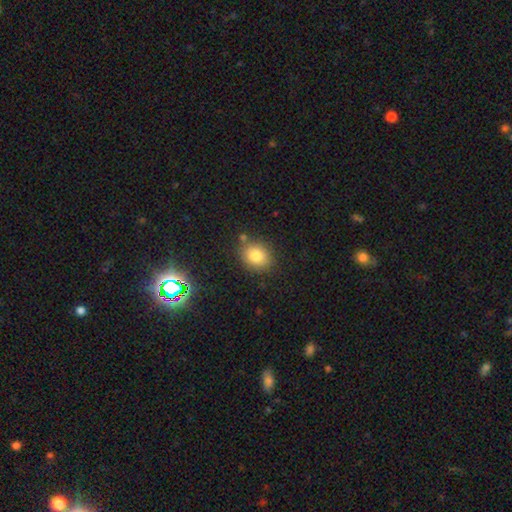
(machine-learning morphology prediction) Smooth or featured? Predicted: smooth (p=0.80). How rounded? Predicted: round (p=0.54). Merging? Predicted: none (p=0.80).